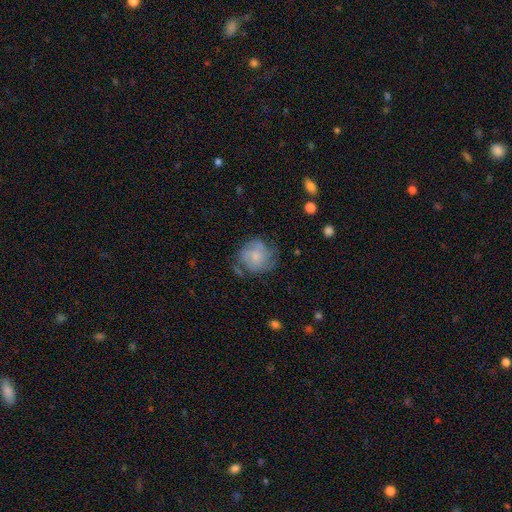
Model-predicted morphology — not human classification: featured or disk 47%, smooth 46%, star or artifact 8%. Down the decision tree: merging — none (57%).